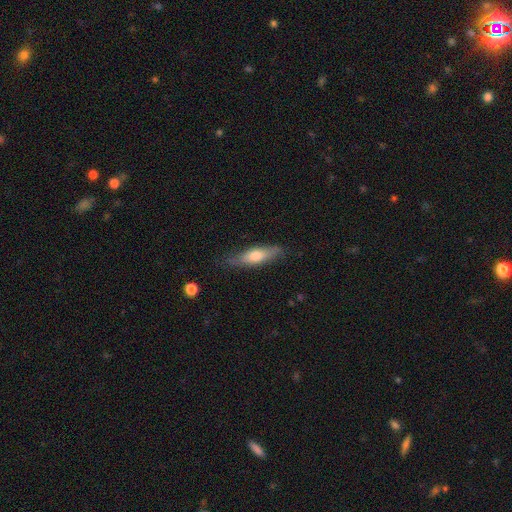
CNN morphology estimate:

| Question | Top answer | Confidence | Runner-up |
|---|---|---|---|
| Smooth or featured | smooth | 60% | featured or disk (34%) |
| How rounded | cigar-shaped | 59% | in between (38%) |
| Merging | none | 75% | minor disturbance (19%) |